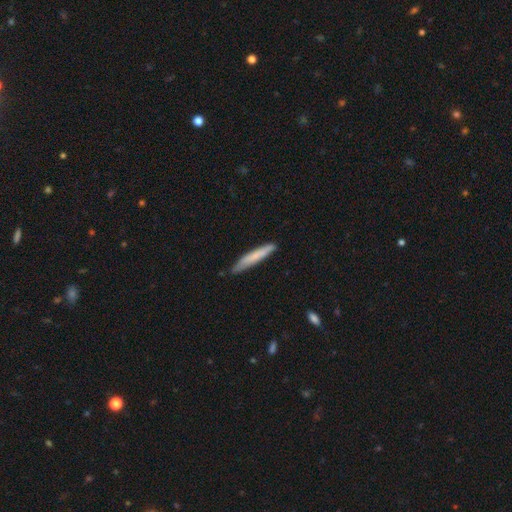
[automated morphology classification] This appears to be a smooth galaxy with no disk features (72%) that is cigar-shaped (94%). Merging: none (80%).